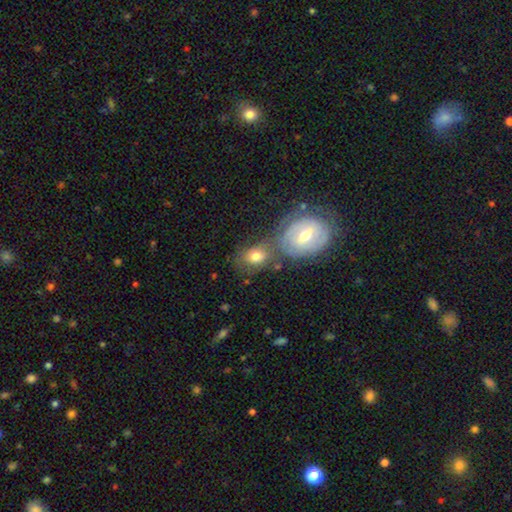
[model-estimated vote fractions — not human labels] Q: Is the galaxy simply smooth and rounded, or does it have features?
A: smooth — 58%.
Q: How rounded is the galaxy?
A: in between — 65%.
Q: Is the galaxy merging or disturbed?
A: merger — 42%.